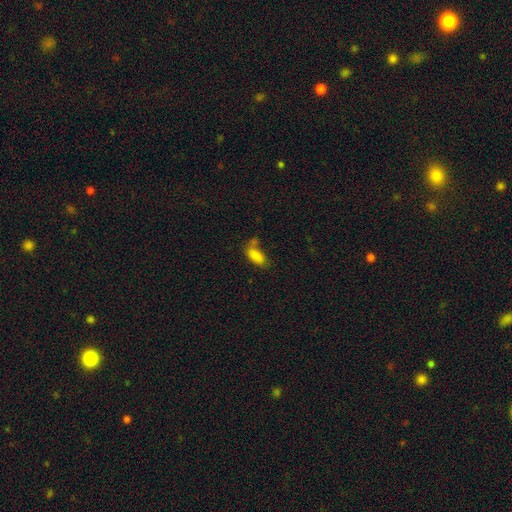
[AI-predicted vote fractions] Morphology: type=smooth (84%); roundness=in between (85%); merging=none (48%).